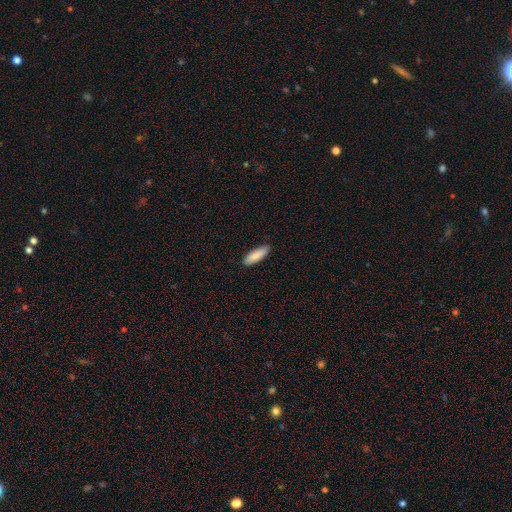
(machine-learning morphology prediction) Smooth or featured? smooth (87%)
How rounded? cigar-shaped (51%)
Merging? none (89%)